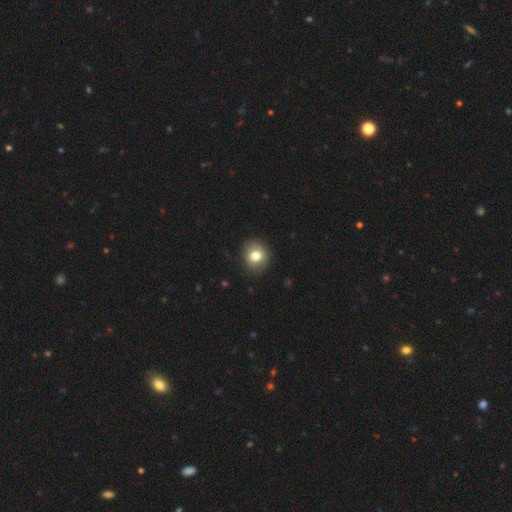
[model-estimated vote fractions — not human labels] Morphology: type=smooth (79%); roundness=round (81%); merging=none (86%).